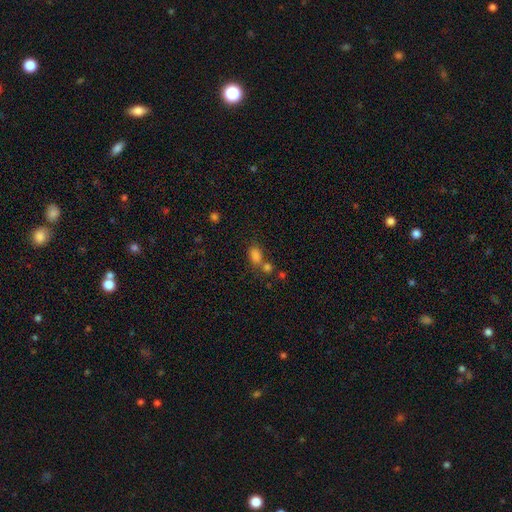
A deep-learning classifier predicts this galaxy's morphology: Smooth or featured? Predicted: smooth (p=0.78). How rounded? Predicted: in between (p=0.79). Merging? Predicted: none (p=0.45).